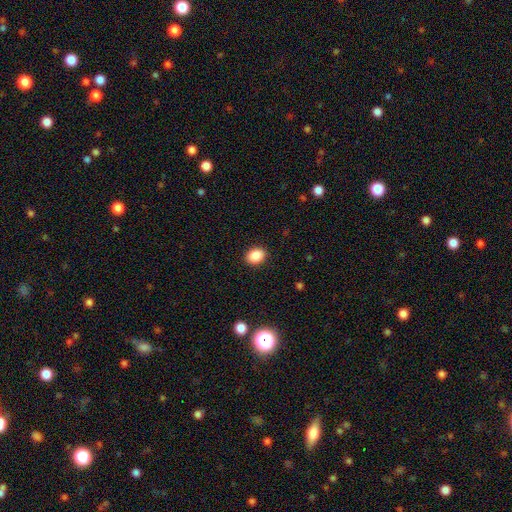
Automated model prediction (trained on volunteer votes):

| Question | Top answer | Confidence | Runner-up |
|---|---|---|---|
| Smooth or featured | smooth | 87% | star or artifact (9%) |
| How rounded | in between | 54% | round (45%) |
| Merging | none | 90% | minor disturbance (7%) |